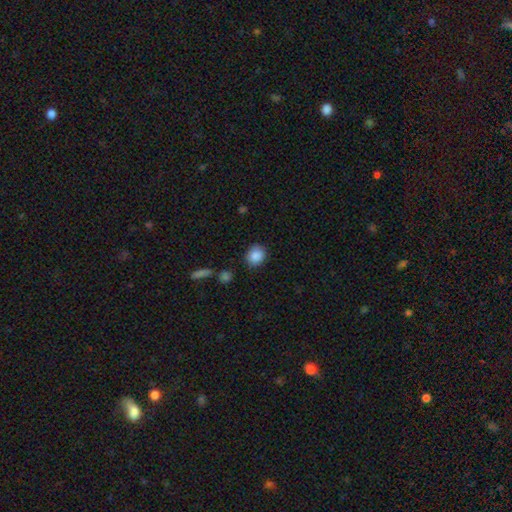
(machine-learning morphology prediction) The model was most divided on "how rounded": round: 67%, in between: 32%, cigar-shaped: 1%. More confident: smooth or featured — smooth (88%); merging — none (82%).